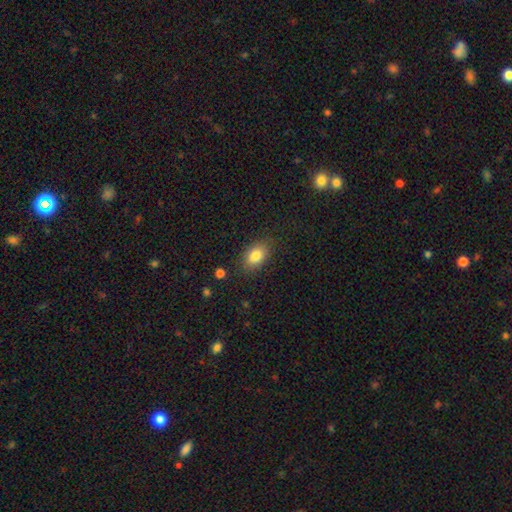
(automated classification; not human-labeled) A smooth galaxy with no disk features (83%) that is in between round and cigar-shaped (87%).

Vote fractions:
- Smooth or featured? smooth: 83% / star or artifact: 8% / featured or disk: 8%
- How rounded? in between: 87% / round: 11% / cigar-shaped: 2%
- Merging? none: 83% / minor disturbance: 12% / major disturbance: 3% / merger: 1%